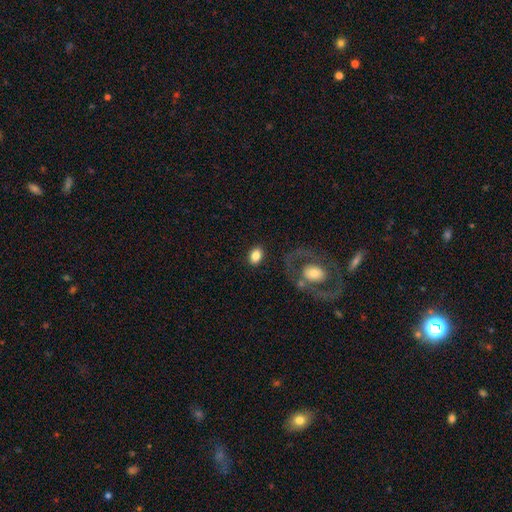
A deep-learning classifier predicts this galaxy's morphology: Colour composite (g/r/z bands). It shows a smooth galaxy with no disk features (81%) that is in between round and cigar-shaped (80%). Merging: none (82%).